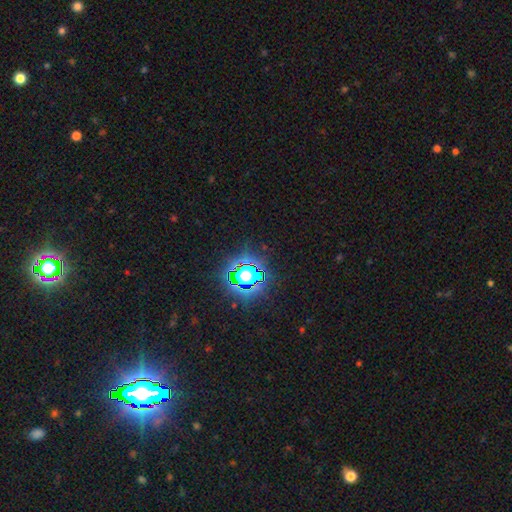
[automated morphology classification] Smooth or featured? Predicted: star or artifact (p=0.82).